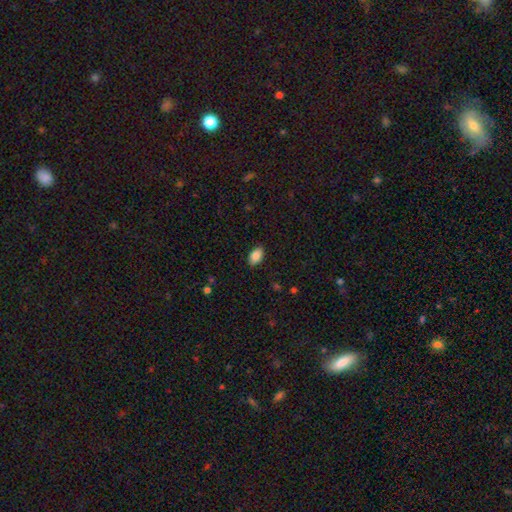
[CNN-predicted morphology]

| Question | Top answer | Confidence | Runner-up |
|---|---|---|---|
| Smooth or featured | smooth | 86% | star or artifact (8%) |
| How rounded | in between | 92% | round (7%) |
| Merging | none | 87% | minor disturbance (10%) |